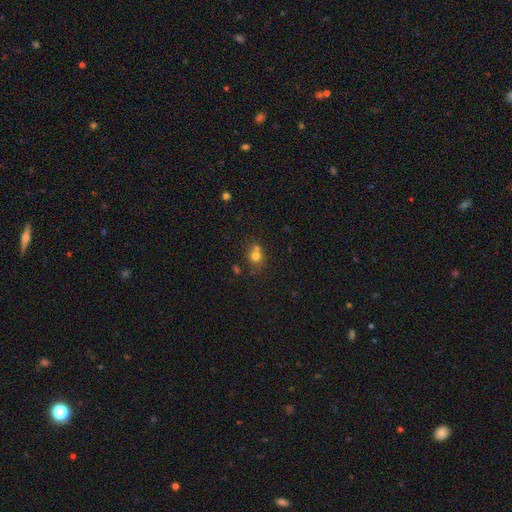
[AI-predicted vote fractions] Overall: smooth (73%). How rounded: round (74%). Merging: none (45%; merger 40%).